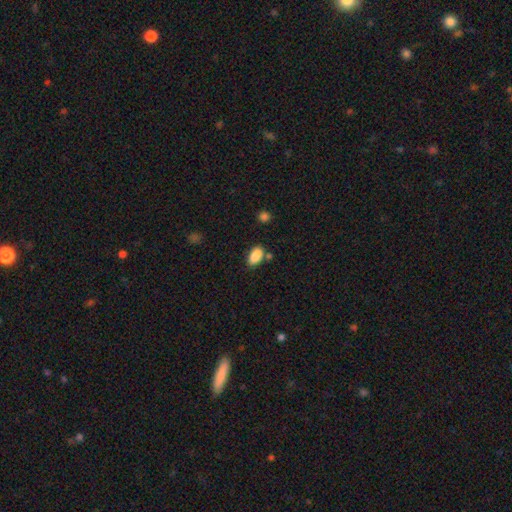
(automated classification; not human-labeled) The model was most divided on "merging": none: 74%, minor disturbance: 14%, merger: 8%, major disturbance: 3%. More confident: how rounded — in between (93%); smooth or featured — smooth (89%).